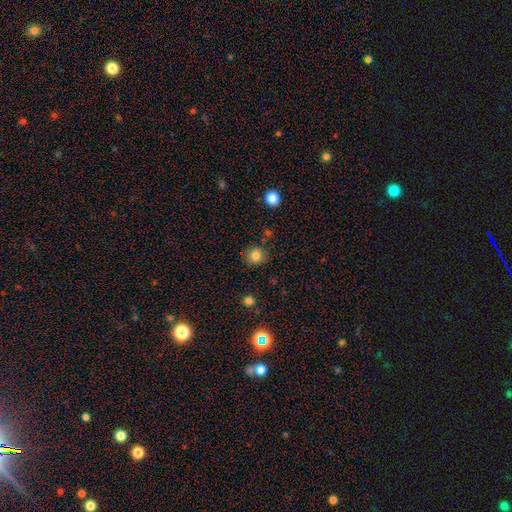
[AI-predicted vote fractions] Smooth or featured? smooth (81%)
How rounded? round (89%)
Merging? none (83%)